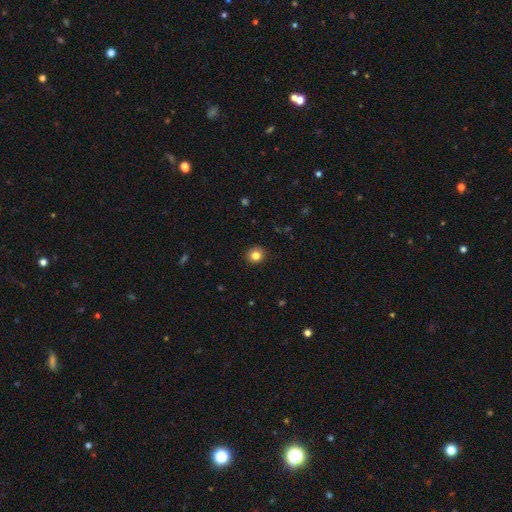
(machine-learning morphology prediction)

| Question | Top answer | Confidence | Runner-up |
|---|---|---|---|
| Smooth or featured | smooth | 82% | star or artifact (11%) |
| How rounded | round | 85% | in between (15%) |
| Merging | none | 91% | minor disturbance (6%) |